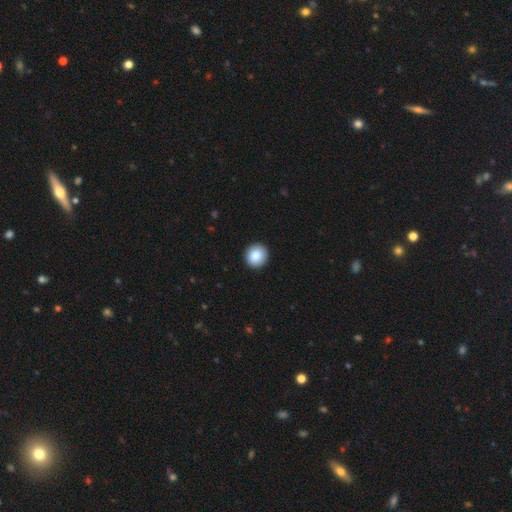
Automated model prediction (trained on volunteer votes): Smooth or featured: smooth — 86% (star or artifact — 8%)
How rounded: round — 88% (in between — 11%)
Merging: none — 93% (minor disturbance — 5%)